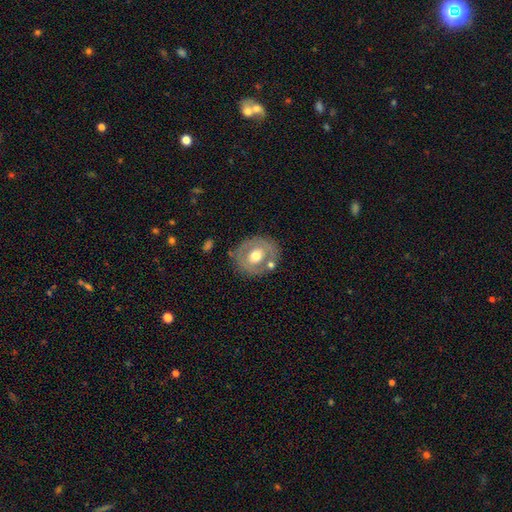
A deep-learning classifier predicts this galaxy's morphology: This is possibly a featured or disk galaxy (48%). Merging: likely none (71%).